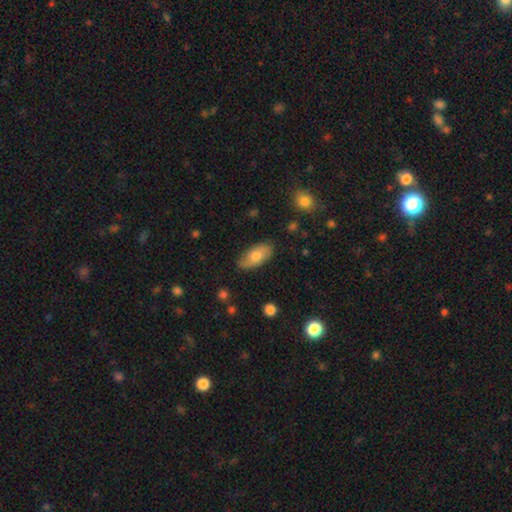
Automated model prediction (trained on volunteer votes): Smooth or featured? Predicted: smooth (p=0.71). How rounded? Predicted: in between (p=0.91). Merging? Predicted: none (p=0.80).